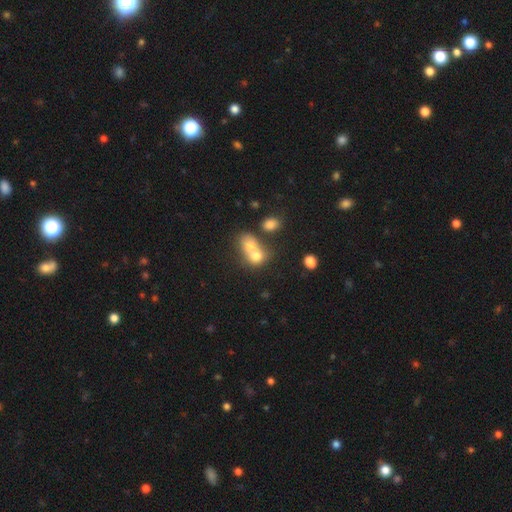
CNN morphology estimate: Overall: smooth (71%). How rounded: round (59%; in between 40%). Merging: merger (71%).